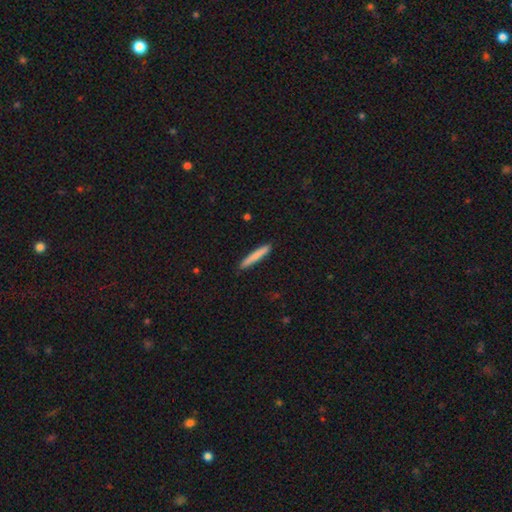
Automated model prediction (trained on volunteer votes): This is likely a smooth galaxy (79%). How rounded: clearly cigar-shaped (95%). Merging: clearly none (90%).